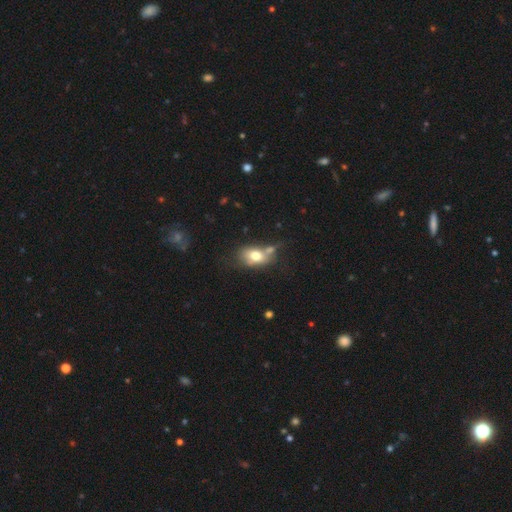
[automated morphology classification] smooth 71%, featured or disk 20%, star or artifact 9%. Down the decision tree: how rounded — in between (83%); merging — none (42%).